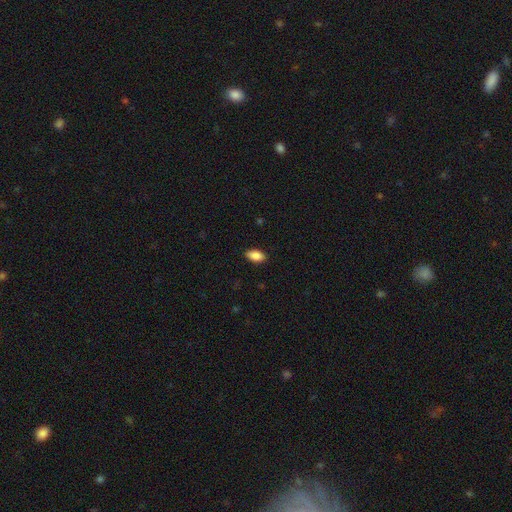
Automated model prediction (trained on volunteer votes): smooth 88%, star or artifact 7%, featured or disk 5%. Down the decision tree: how rounded — in between (92%); merging — none (88%).